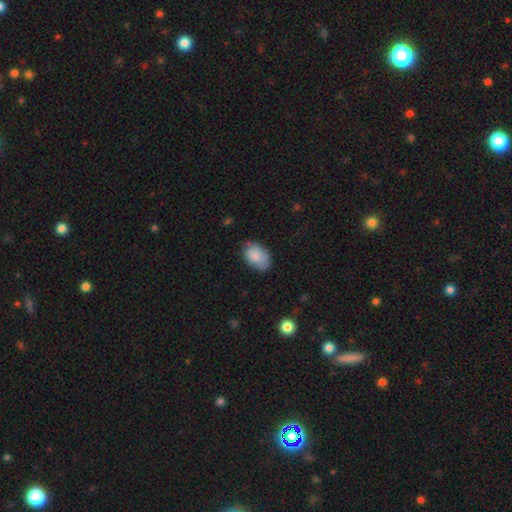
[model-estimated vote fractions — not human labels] Smooth or featured?
  - smooth: 81% *
  - featured or disk: 12%
  - star or artifact: 7%
How rounded?
  - in between: 88% *
  - round: 10%
  - cigar-shaped: 1%
Merging?
  - none: 67% *
  - minor disturbance: 26%
  - major disturbance: 6%
  - merger: 2%